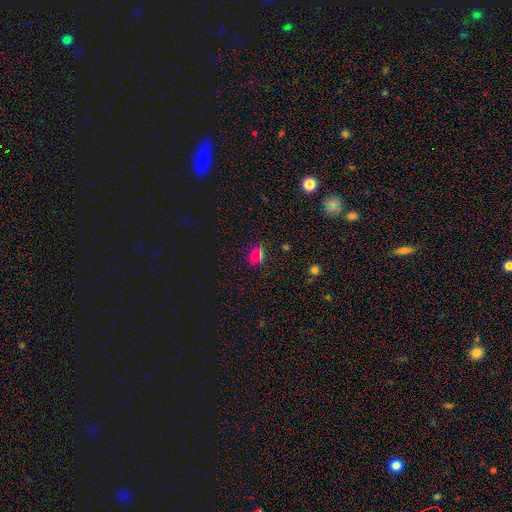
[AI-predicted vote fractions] Smooth or featured? Predicted: smooth (p=0.59). How rounded? Predicted: in between (p=0.54). Merging? Predicted: none (p=0.83).